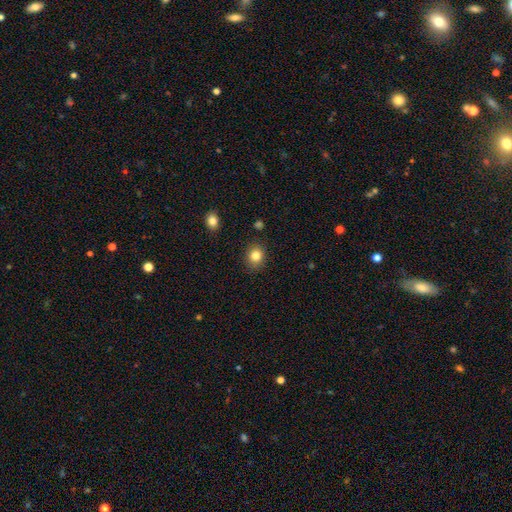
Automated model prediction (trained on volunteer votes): Smooth or featured?
  - smooth: 83% *
  - star or artifact: 10%
  - featured or disk: 7%
How rounded?
  - round: 64% *
  - in between: 35%
  - cigar-shaped: 1%
Merging?
  - none: 87% *
  - minor disturbance: 9%
  - major disturbance: 2%
  - merger: 2%